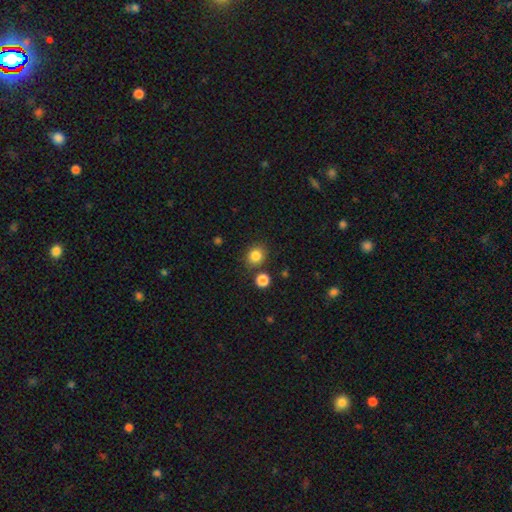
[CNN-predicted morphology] Overall: smooth (84%). How rounded: round (76%). Merging: none (80%).